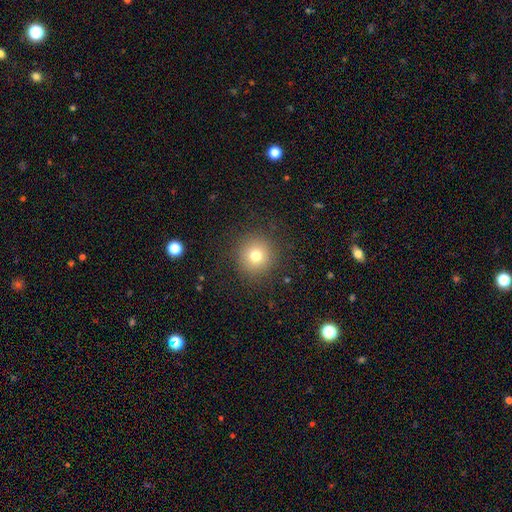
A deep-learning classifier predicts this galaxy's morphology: The model was most divided on "smooth or featured": smooth: 74%, star or artifact: 15%, featured or disk: 11%. More confident: how rounded — round (94%); merging — none (89%).